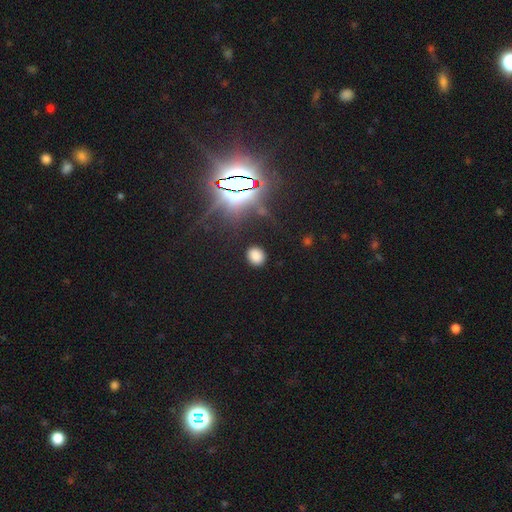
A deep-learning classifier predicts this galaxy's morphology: Smooth or featured? smooth (77%)
How rounded? round (65%)
Merging? none (87%)